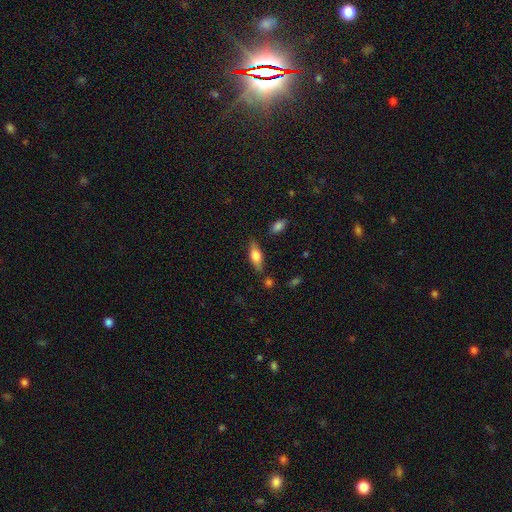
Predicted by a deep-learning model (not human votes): Smooth or featured? smooth (62%)
How rounded? in between (70%)
Merging? none (76%)